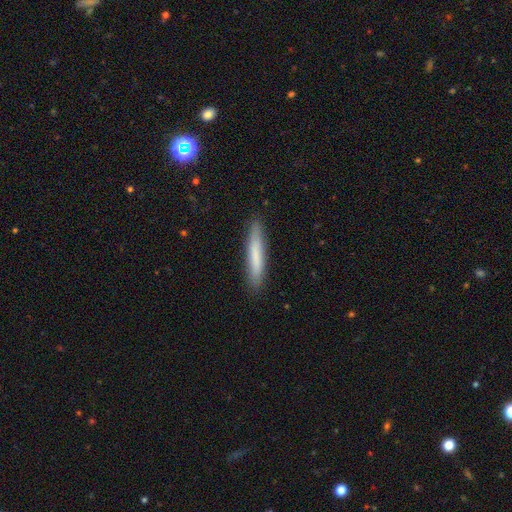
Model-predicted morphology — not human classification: smooth-or-featured: smooth: 72% | featured or disk: 21% | star or artifact: 7%
  how-rounded: cigar-shaped: 93% | in between: 6% | round: 1%
  merging: none: 88% | minor disturbance: 9% | major disturbance: 2% | merger: 1%